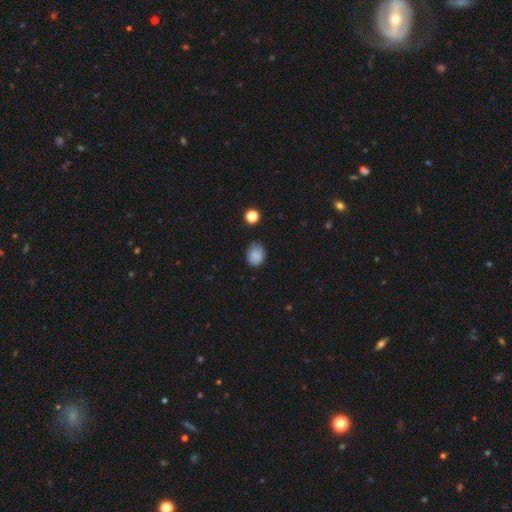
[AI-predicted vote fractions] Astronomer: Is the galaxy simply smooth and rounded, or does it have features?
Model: smooth — 85%.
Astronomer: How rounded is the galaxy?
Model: round — 50%, tied with in between at 50%.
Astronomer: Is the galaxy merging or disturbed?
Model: none — 70%.